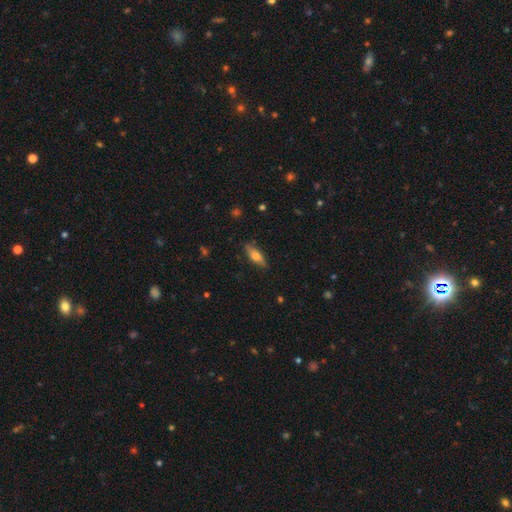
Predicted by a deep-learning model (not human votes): A smooth galaxy with no disk features (65%) that is in between round and cigar-shaped (58%).

Vote fractions:
- Smooth or featured? smooth: 65% / featured or disk: 28% / star or artifact: 7%
- How rounded? in between: 58% / cigar-shaped: 40% / round: 3%
- Merging? none: 84% / minor disturbance: 12% / major disturbance: 2% / merger: 1%